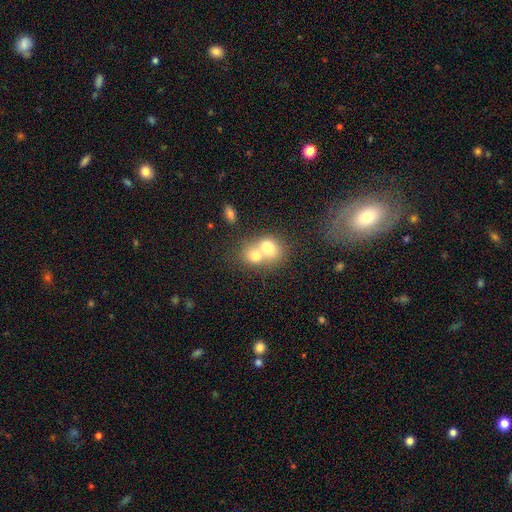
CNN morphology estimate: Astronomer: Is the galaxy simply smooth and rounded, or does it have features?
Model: smooth — 71%.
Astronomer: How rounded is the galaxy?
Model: round — 59% (runner-up: in between, 40%).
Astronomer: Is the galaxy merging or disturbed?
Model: merger — 73%.